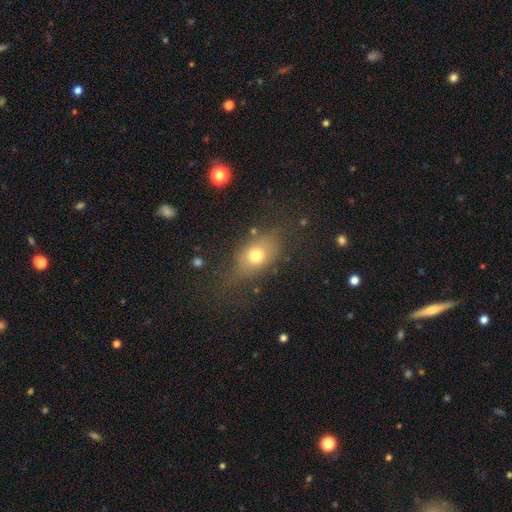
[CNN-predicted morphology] Smooth or featured? Predicted: smooth (p=0.71). How rounded? Predicted: in between (p=0.70). Merging? Predicted: none (p=0.66).